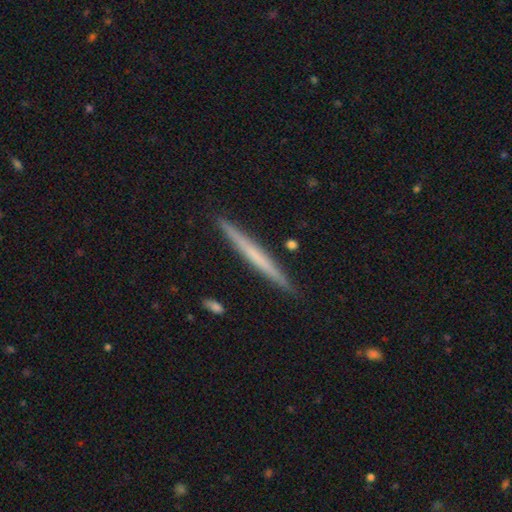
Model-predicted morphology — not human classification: featured or disk 48%, smooth 47%, star or artifact 5%. Down the decision tree: merging — none (92%).